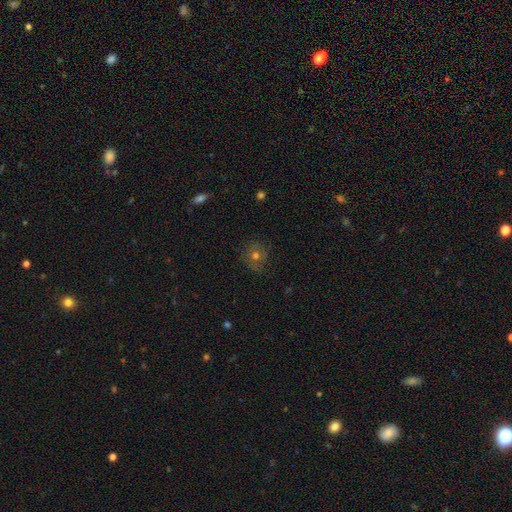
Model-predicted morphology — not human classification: smooth 56%, featured or disk 23%, star or artifact 21%. Down the decision tree: how rounded — round (85%); merging — none (80%).